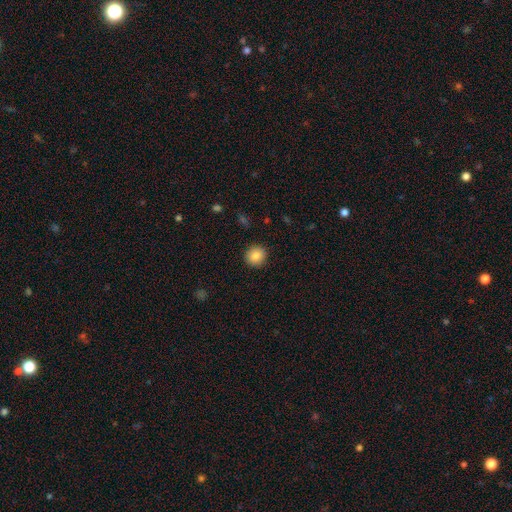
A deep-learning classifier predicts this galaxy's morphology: The model was most divided on "smooth or featured": smooth: 86%, star or artifact: 9%, featured or disk: 5%. More confident: merging — none (91%); how rounded — round (89%).